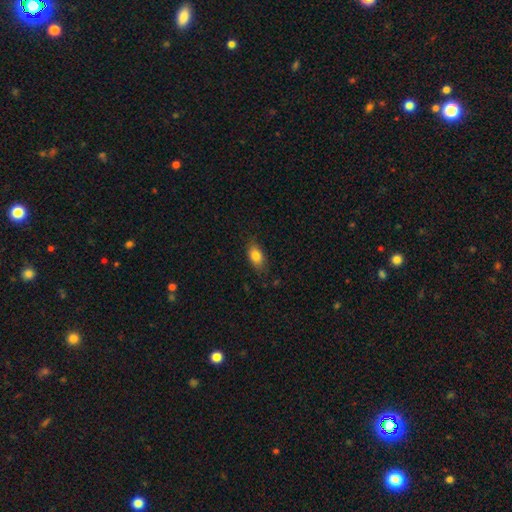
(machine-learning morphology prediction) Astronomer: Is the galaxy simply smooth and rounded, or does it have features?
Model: smooth — 83%.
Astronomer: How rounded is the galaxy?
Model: in between — 86%.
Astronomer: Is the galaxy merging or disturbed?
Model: none — 77%.